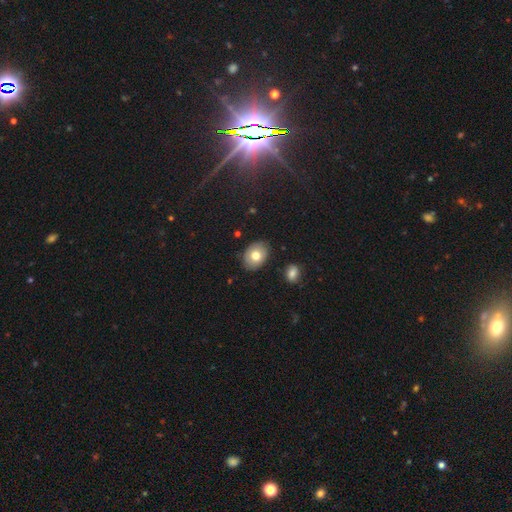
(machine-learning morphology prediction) Q: Smooth or featured?
A: smooth (75%); runner-up: featured or disk (18%)
Q: How rounded?
A: in between (74%); runner-up: round (25%)
Q: Merging?
A: none (85%); runner-up: minor disturbance (10%)